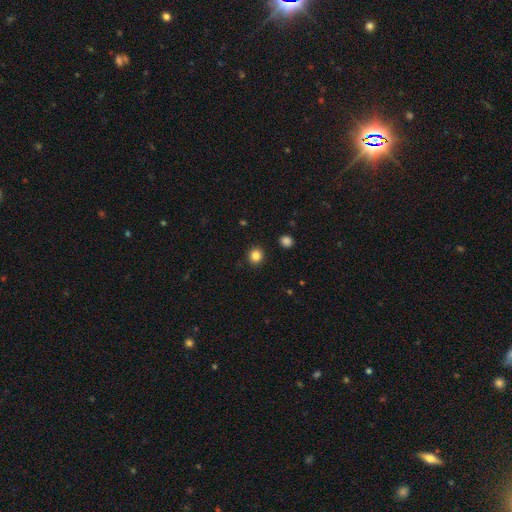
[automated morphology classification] type=smooth (84%); roundness=round (90%); merging=none (92%).